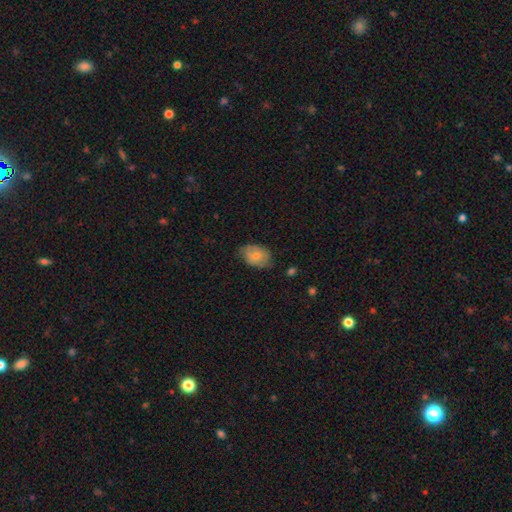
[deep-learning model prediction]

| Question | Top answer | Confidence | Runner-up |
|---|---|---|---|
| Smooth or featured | smooth | 66% | featured or disk (27%) |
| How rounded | in between | 81% | round (17%) |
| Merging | none | 61% | minor disturbance (30%) |